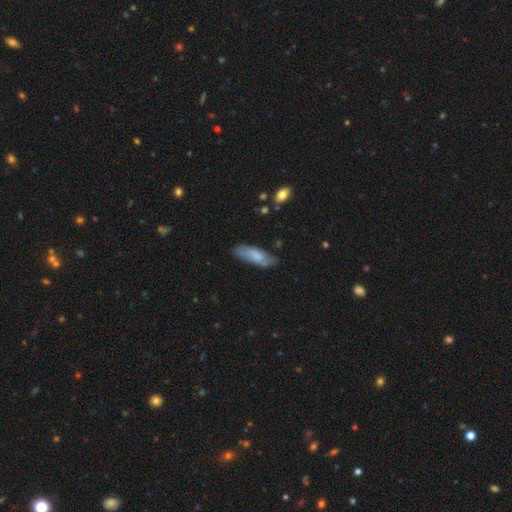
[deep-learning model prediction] A smooth galaxy with no disk features (72%) that is in between round and cigar-shaped (60%). Merging: none (71%).